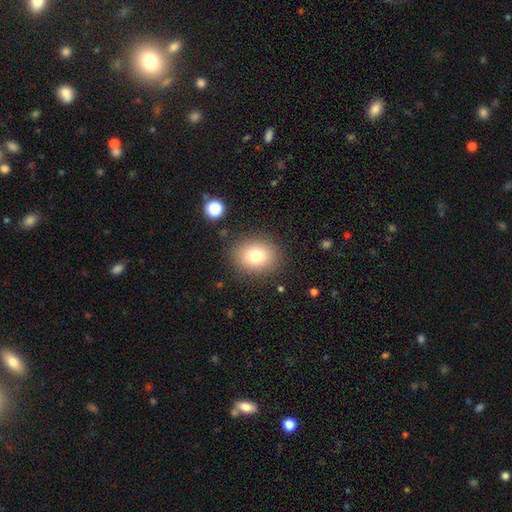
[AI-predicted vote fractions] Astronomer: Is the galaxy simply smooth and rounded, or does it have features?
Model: smooth — 77%.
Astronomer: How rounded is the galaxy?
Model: round — 58% (runner-up: in between, 41%).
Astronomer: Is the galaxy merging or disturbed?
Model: none — 86%.